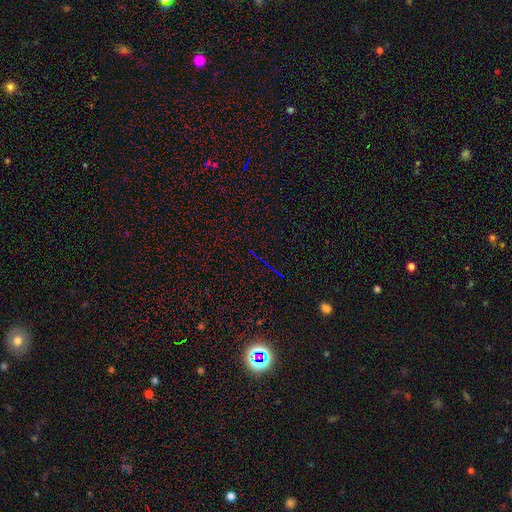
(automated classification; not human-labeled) Smooth or featured? star or artifact (77%)